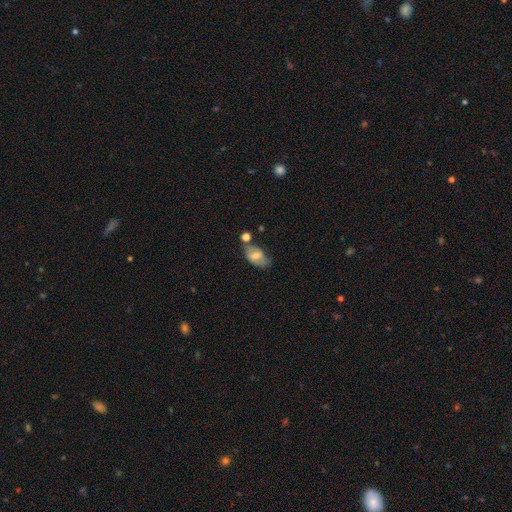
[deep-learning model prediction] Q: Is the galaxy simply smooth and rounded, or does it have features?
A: smooth — 54%.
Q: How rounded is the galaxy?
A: in between — 87%.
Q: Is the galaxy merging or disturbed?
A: none — 51%.